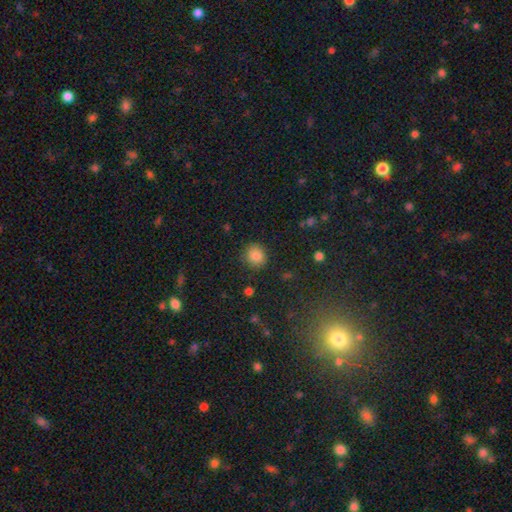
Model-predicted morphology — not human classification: Smooth or featured? Predicted: smooth (p=0.83). How rounded? Predicted: round (p=0.82). Merging? Predicted: none (p=0.87).